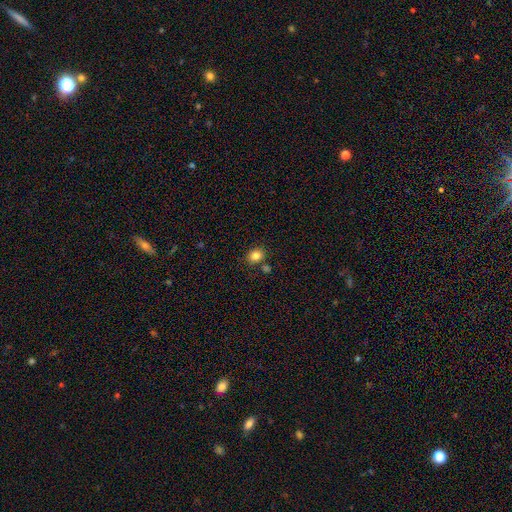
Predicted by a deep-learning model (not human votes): A smooth galaxy with no disk features (83%) that is round (62%).

Vote fractions:
- Smooth or featured? smooth: 83% / star or artifact: 11% / featured or disk: 5%
- How rounded? round: 62% / in between: 37% / cigar-shaped: 1%
- Merging? none: 77% / minor disturbance: 11% / merger: 9% / major disturbance: 3%